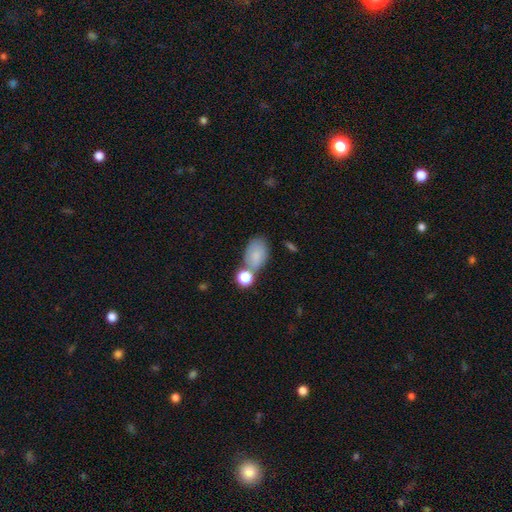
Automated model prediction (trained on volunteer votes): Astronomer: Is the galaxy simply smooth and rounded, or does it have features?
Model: smooth — 79%.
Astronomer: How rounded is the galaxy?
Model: in between — 87%.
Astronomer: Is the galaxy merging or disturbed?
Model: none — 49% (runner-up: merger, 25%).